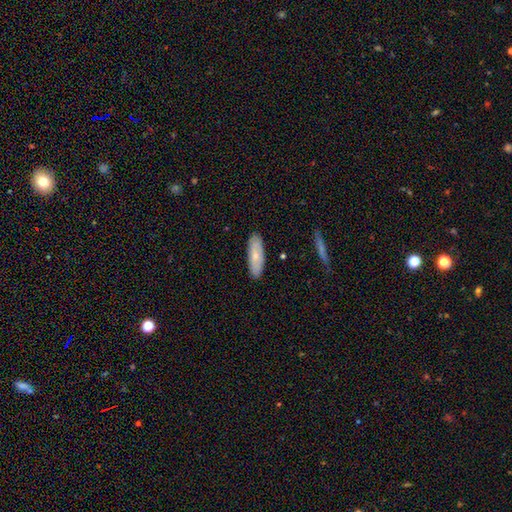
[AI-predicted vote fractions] Smooth or featured: smooth — 66% (featured or disk — 28%)
How rounded: in between — 64% (cigar-shaped — 34%)
Merging: none — 87% (minor disturbance — 10%)